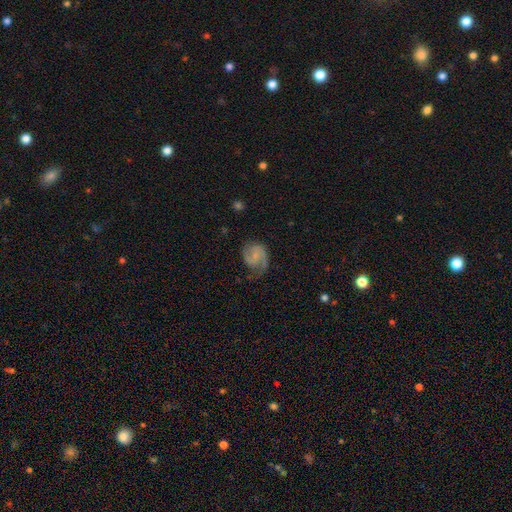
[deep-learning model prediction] Overall: featured or disk (75%). Edge-on disk: no (98%). Bar: no (55%; weak 38%). Spiral arms: yes (95%). Spiral arm count: 2 (76%). Spiral winding: medium (49%; tight 31%). Bulge size: small (51%; none 27%). Merging: none (60%; minor disturbance 24%).